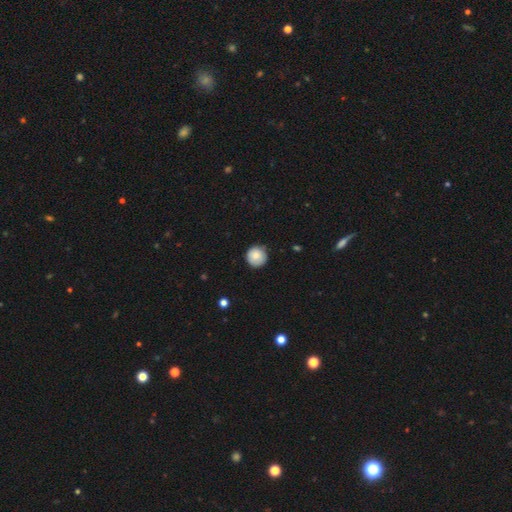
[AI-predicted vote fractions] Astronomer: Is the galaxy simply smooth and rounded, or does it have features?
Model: smooth — 83%.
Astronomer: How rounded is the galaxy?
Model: round — 95%.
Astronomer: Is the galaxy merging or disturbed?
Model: none — 85%.